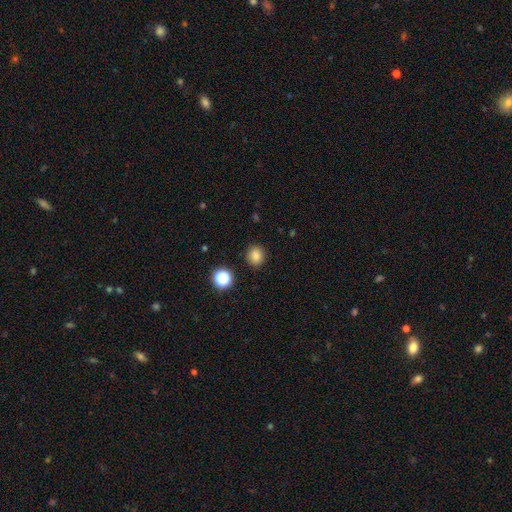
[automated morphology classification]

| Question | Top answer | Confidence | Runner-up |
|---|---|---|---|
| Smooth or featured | smooth | 82% | star or artifact (13%) |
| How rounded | round | 84% | in between (16%) |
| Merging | none | 90% | minor disturbance (6%) |